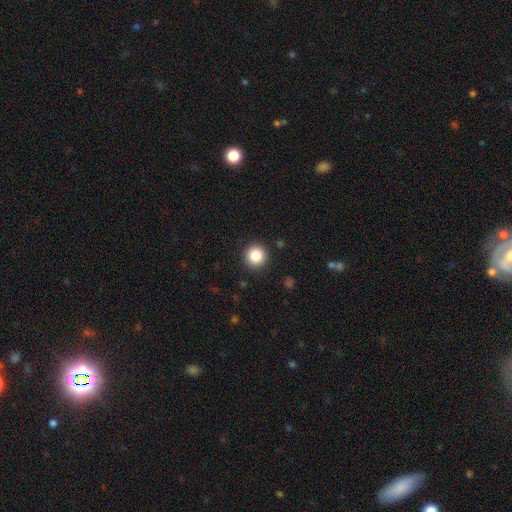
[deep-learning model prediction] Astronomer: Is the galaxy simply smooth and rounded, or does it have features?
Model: smooth — 86%.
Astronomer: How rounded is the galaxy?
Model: round — 95%.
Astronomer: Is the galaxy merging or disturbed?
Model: none — 91%.